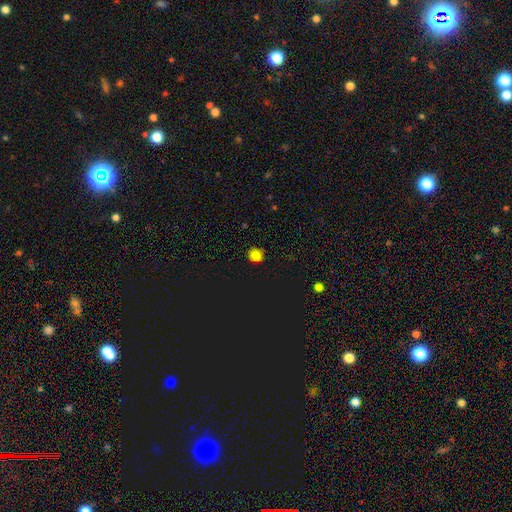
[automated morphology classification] Smooth or featured? Predicted: smooth (p=0.79). How rounded? Predicted: round (p=0.88). Merging? Predicted: none (p=0.86).